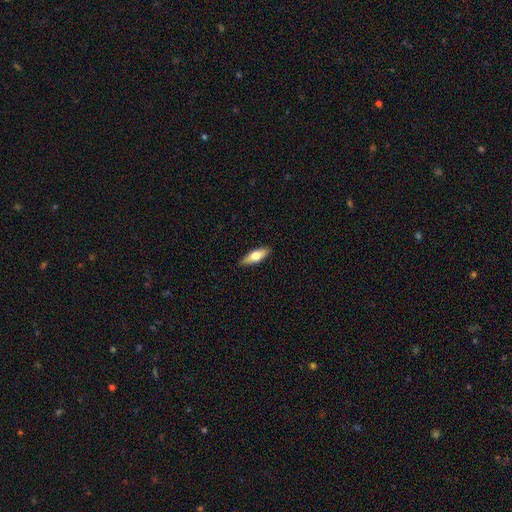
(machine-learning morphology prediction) smooth_or_featured: smooth (p=0.63) [alt: featured or disk p=0.31]
how_rounded: in between (p=0.56) [alt: cigar-shaped p=0.42]
merging: none (p=0.89) [alt: minor disturbance p=0.08]